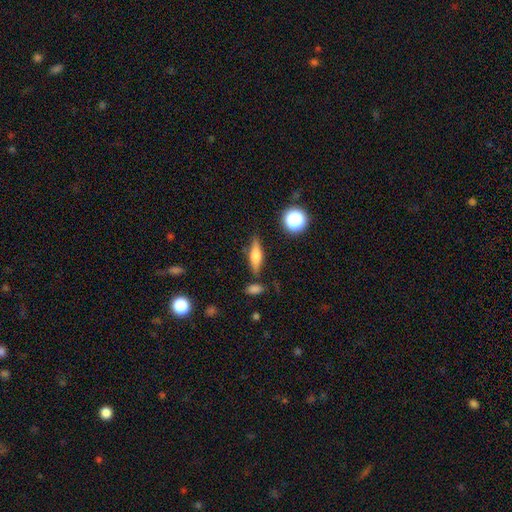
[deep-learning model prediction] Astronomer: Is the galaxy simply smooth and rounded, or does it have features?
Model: smooth — 56% (runner-up: featured or disk, 35%).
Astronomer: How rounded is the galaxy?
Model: cigar-shaped — 55% (runner-up: in between, 40%).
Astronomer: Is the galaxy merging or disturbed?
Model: none — 78%.